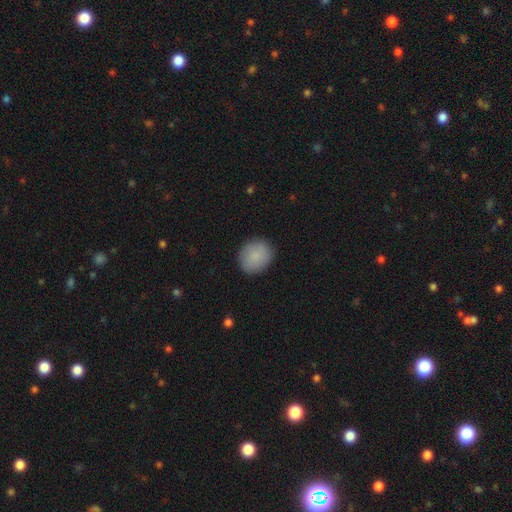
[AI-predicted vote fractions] Smooth or featured?
  - smooth: 87% *
  - featured or disk: 7%
  - star or artifact: 7%
How rounded?
  - round: 72% *
  - in between: 27%
  - cigar-shaped: 1%
Merging?
  - none: 87% *
  - minor disturbance: 9%
  - major disturbance: 2%
  - merger: 1%